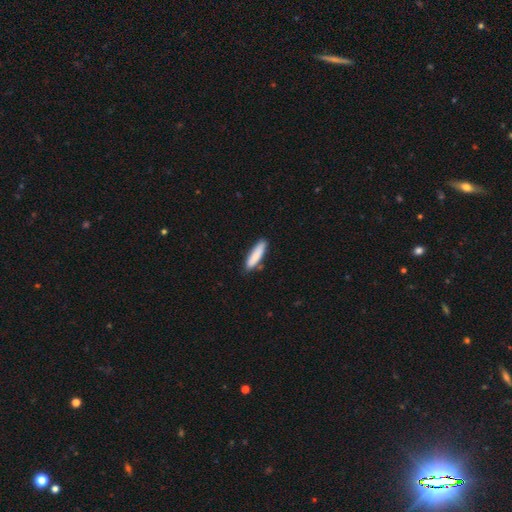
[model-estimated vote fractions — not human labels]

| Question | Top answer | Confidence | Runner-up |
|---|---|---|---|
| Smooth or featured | smooth | 86% | featured or disk (9%) |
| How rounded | cigar-shaped | 75% | in between (23%) |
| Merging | none | 83% | minor disturbance (12%) |